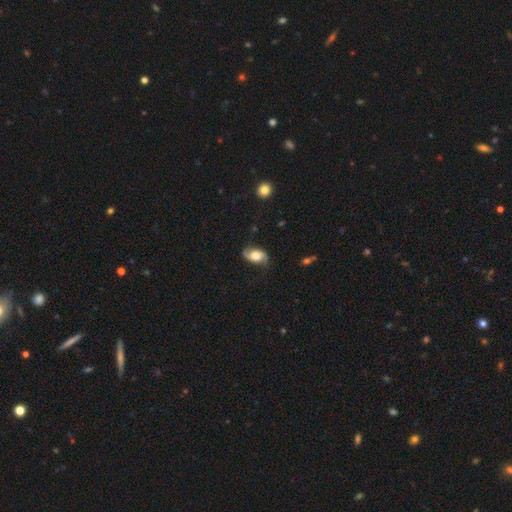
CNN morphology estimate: This is possibly a featured or disk galaxy (60%). It is clearly not viewed edge-on (95%). Bar: likely no (61%). Spiral arm pattern: clearly yes (90%). Spiral arm count: clearly 2 (90%). Spiral winding: possibly loose (54%). Central bulge: marginally large (45%). Merging: likely none (70%).